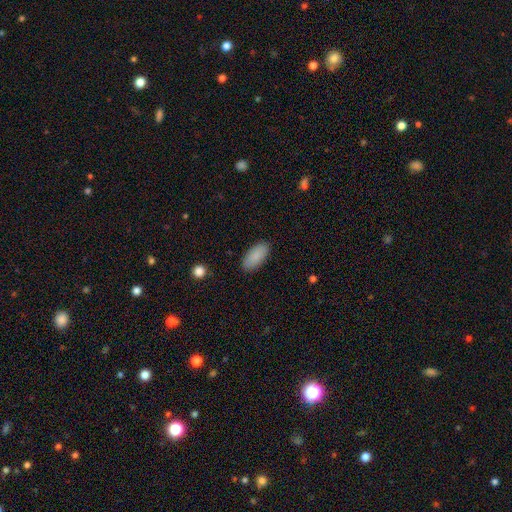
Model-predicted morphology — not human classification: type=smooth (89%); roundness=in between (90%); merging=none (88%).